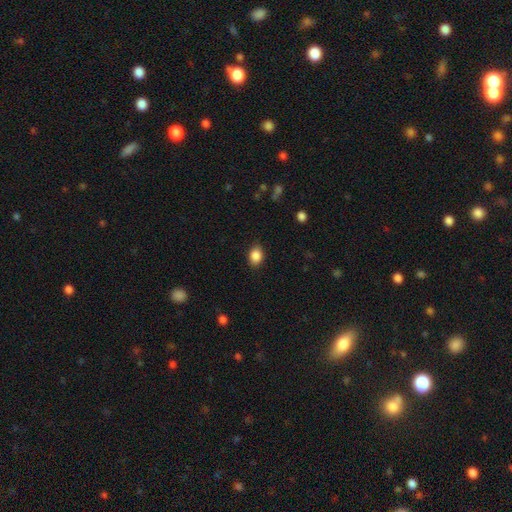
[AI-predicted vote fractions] Smooth or featured? smooth (87%)
How rounded? in between (69%)
Merging? none (86%)